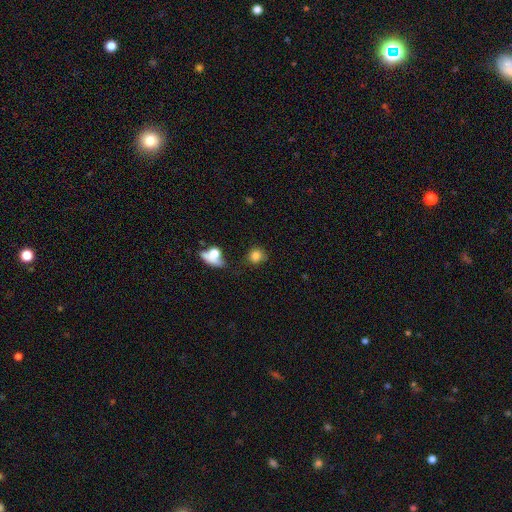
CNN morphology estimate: Overall: smooth (79%). How rounded: round (76%). Merging: none (63%).